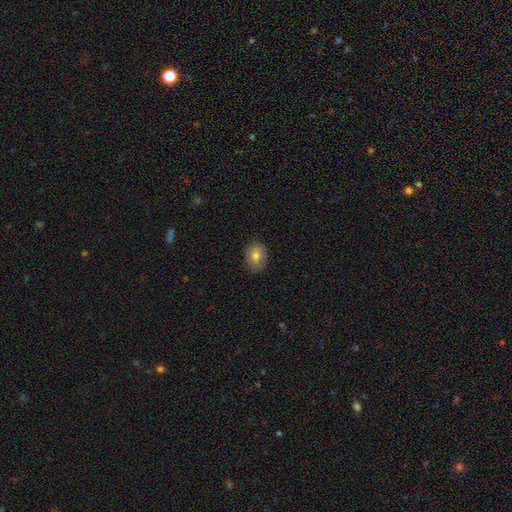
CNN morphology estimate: This is likely a smooth galaxy (76%). How rounded: possibly in between (52%). Merging: clearly none (85%).